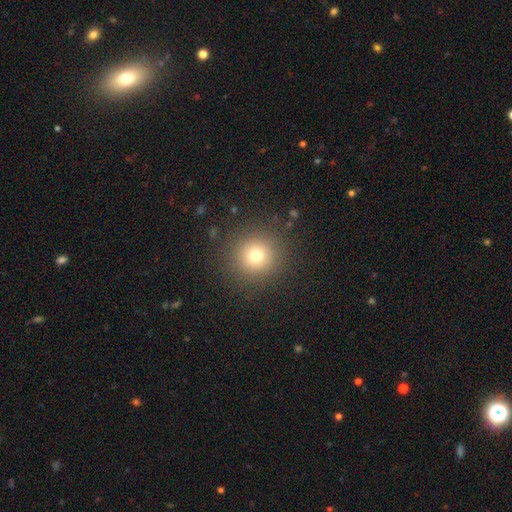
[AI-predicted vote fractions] smooth_or_featured: smooth (p=0.74) [alt: star or artifact p=0.16]
how_rounded: round (p=0.94) [alt: in between p=0.05]
merging: none (p=0.89) [alt: minor disturbance p=0.06]